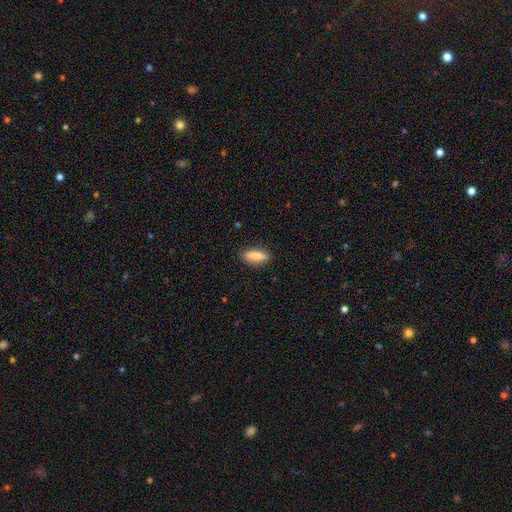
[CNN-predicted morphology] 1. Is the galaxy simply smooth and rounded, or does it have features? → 79% smooth, 14% featured or disk, 7% star or artifact.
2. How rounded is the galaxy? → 49% in between, 48% cigar-shaped, 3% round.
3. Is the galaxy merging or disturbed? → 86% none, 10% minor disturbance, 3% major disturbance, 1% merger.